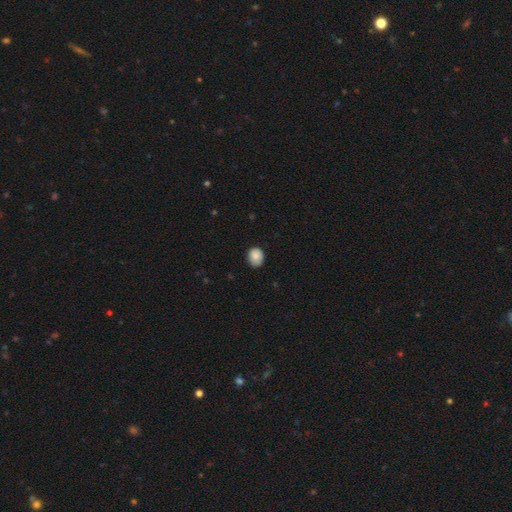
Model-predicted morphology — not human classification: smooth_or_featured: smooth (p=0.86) [alt: star or artifact p=0.08]
how_rounded: round (p=0.60) [alt: in between p=0.39]
merging: none (p=0.78) [alt: minor disturbance p=0.19]